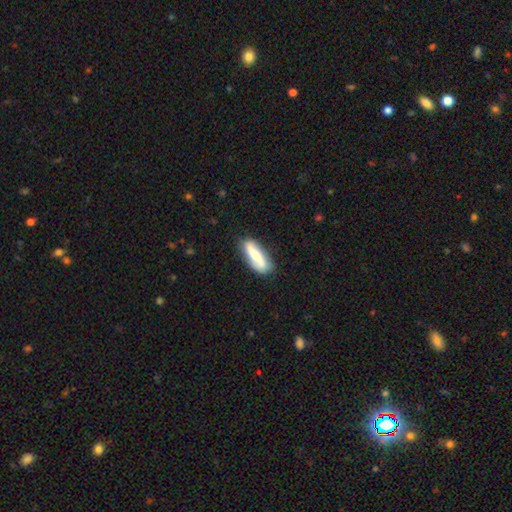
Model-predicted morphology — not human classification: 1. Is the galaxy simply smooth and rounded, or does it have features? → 53% smooth, 41% featured or disk, 6% star or artifact.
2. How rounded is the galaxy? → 57% in between, 41% cigar-shaped, 3% round.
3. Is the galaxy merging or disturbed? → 78% none, 17% minor disturbance, 4% major disturbance, 2% merger.